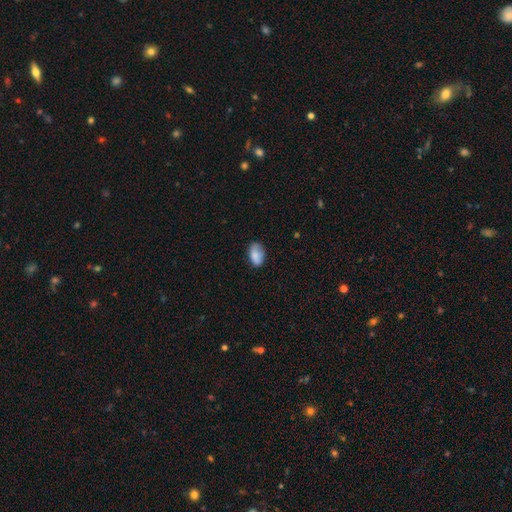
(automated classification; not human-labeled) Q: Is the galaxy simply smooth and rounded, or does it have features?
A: smooth — 84%.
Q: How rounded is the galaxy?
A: in between — 91%.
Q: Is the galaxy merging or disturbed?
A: none — 70%.